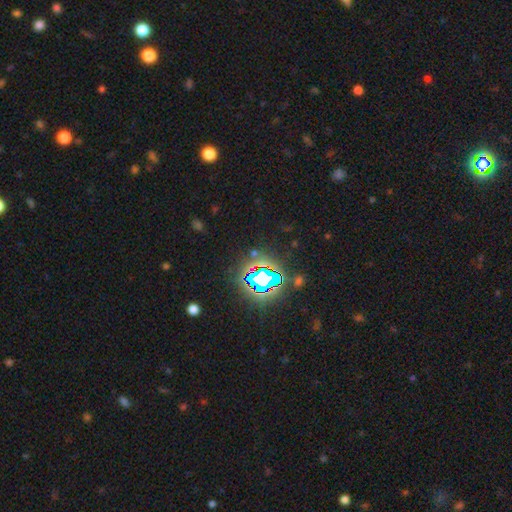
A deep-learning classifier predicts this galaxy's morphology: Smooth or featured?
  - star or artifact: 77% *
  - smooth: 13%
  - featured or disk: 9%